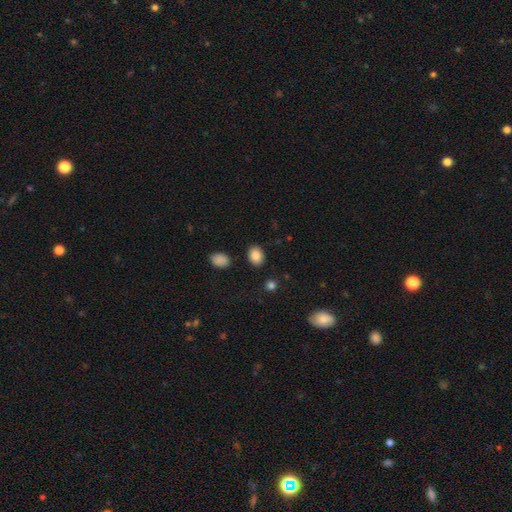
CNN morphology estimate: A smooth galaxy with no disk features (87%) that is in between round and cigar-shaped (71%). Merging: none (86%).